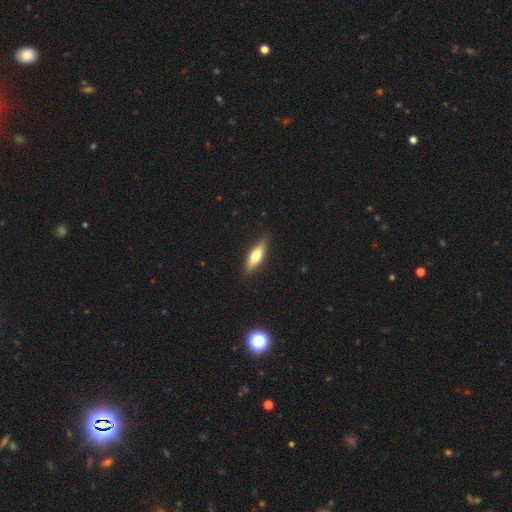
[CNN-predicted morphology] This appears to be a smooth galaxy with no disk features (56%) that is cigar-shaped (56%). Merging: none (88%).